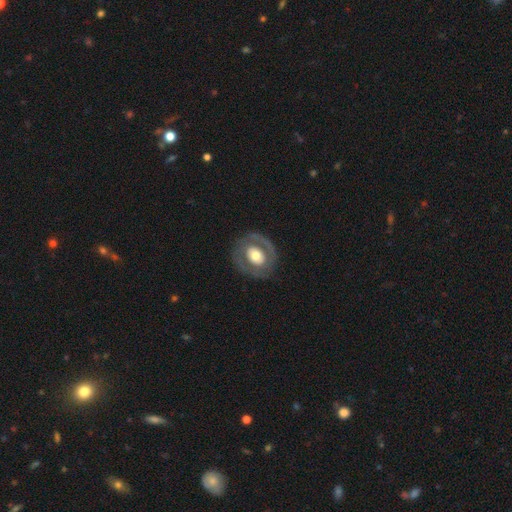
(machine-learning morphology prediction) A featured or disk galaxy (58%) with no bar (71%), no spiral arms (68%) and a moderate central bulge (55%). Merging: none (78%).